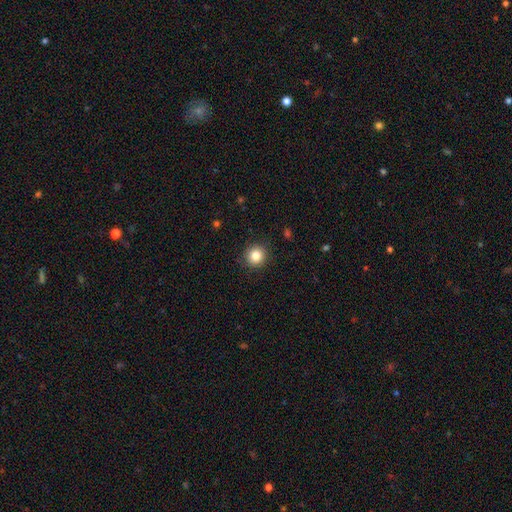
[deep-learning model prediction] Smooth or featured?
  - smooth: 84% *
  - star or artifact: 11%
  - featured or disk: 5%
How rounded?
  - round: 93% *
  - in between: 6%
  - cigar-shaped: 1%
Merging?
  - none: 91% *
  - minor disturbance: 6%
  - major disturbance: 2%
  - merger: 1%